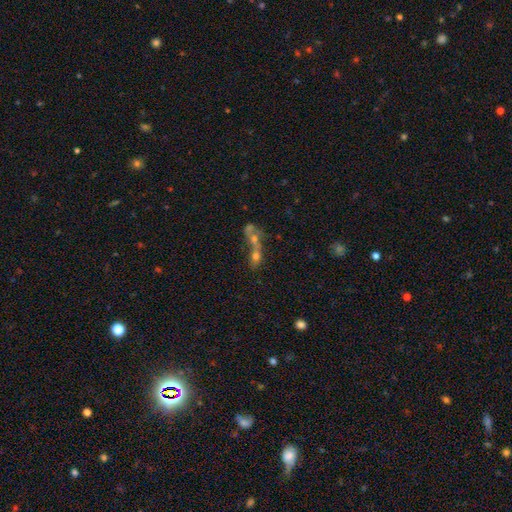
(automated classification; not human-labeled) Smooth or featured: smooth — 41% (star or artifact — 36%)
Merging: merger — 47% (none — 34%)